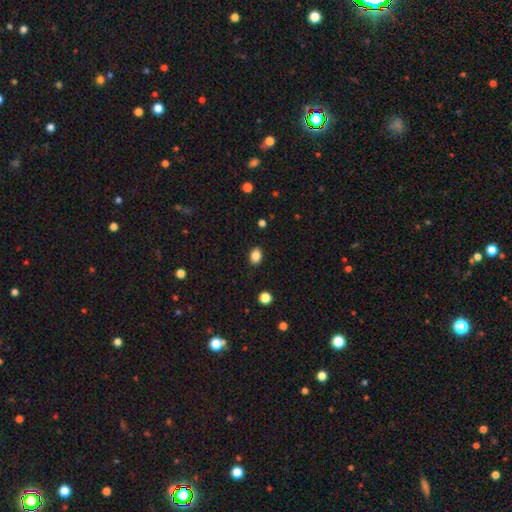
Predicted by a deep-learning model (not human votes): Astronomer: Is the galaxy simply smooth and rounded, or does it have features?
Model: smooth — 86%.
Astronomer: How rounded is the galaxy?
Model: in between — 69%.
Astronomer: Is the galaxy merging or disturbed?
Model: none — 88%.